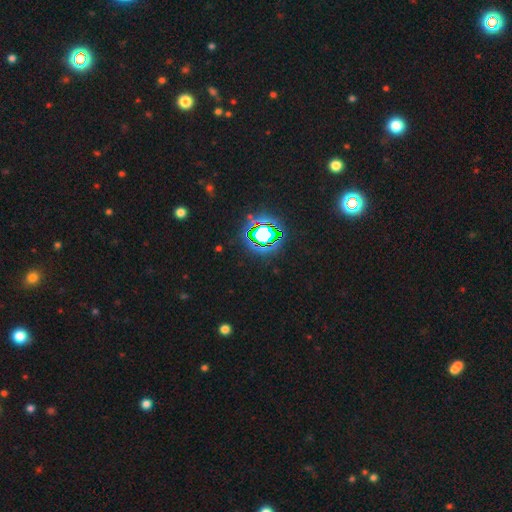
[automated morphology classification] smooth-or-featured: star or artifact: 84% | smooth: 10% | featured or disk: 6%